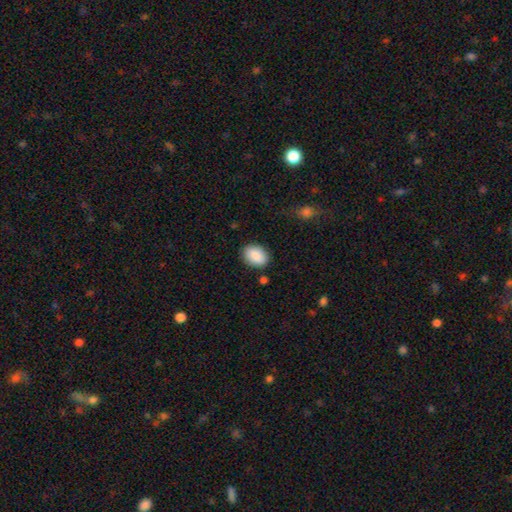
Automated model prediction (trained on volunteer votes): Overall: smooth (87%). How rounded: in between (75%). Merging: none (84%).